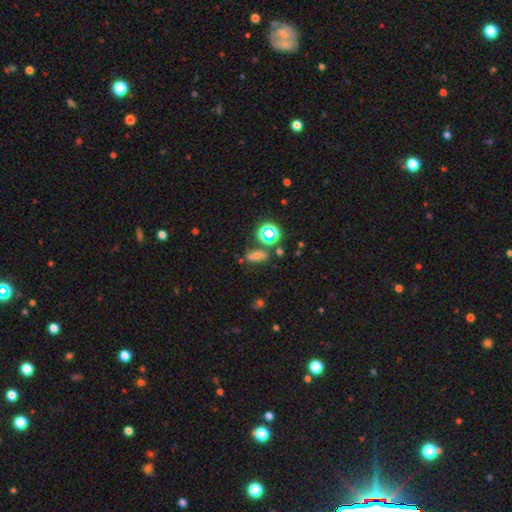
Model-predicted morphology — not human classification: smooth-or-featured: smooth: 49% | star or artifact: 33% | featured or disk: 18%
  merging: none: 65% | minor disturbance: 17% | merger: 11% | major disturbance: 7%